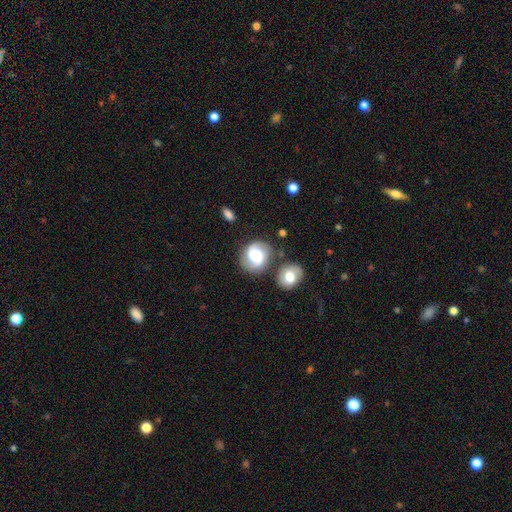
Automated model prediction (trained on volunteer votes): A featured or disk galaxy (67%) with no bar (49%), 2 (87%) medium (49%) spiral arms (94%) and a moderate central bulge (38%).

Vote fractions:
- Smooth or featured? featured or disk: 67% / smooth: 25% / star or artifact: 7%
- Edge-on disk? no: 98% / yes: 2%
- Bar? no: 49% / weak: 40% / strong: 11%
- Spiral arms? yes: 94% / no: 6%
- Spiral winding? medium: 49% / tight: 30% / loose: 21%
- Spiral arm count? 2: 87% / can't tell: 5% / 1: 4% / 3: 2% / 4: 1% / more than 4: 1%
- Bulge size? moderate: 38% / large: 33% / small: 15% / none: 8% / dominant: 6%
- Merging? none: 66% / minor disturbance: 15% / merger: 13% / major disturbance: 6%